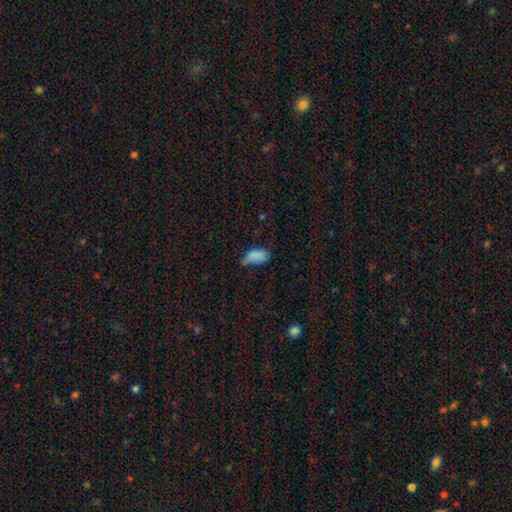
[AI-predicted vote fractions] This appears to be a smooth galaxy with no disk features (79%) that is in between round and cigar-shaped (92%). Merging: minor disturbance (43%).